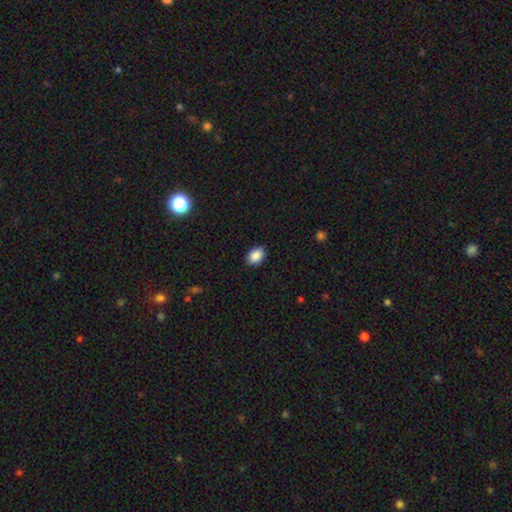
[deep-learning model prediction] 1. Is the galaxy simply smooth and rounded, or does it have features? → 89% smooth, 8% star or artifact, 3% featured or disk.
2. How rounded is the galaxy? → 73% in between, 25% round, 1% cigar-shaped.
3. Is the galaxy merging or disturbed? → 88% none, 9% minor disturbance, 2% major disturbance, 1% merger.